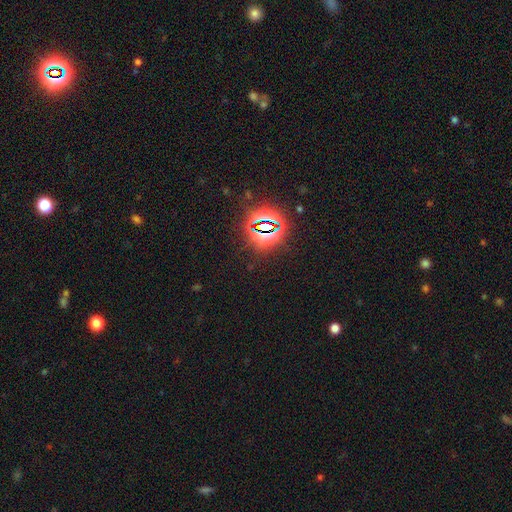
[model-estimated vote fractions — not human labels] Morphology: type=star or artifact (83%).